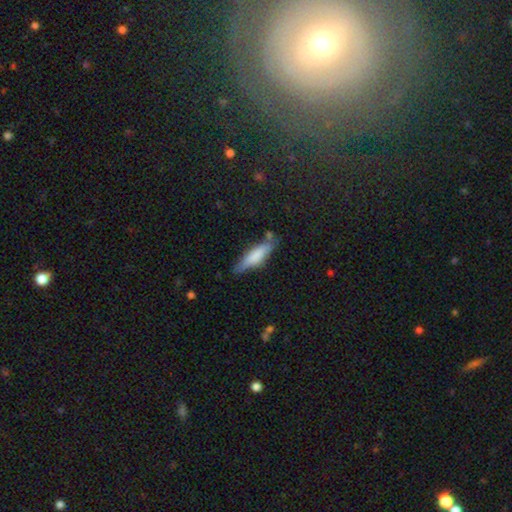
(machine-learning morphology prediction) Smooth or featured: smooth — 69% (featured or disk — 25%)
How rounded: cigar-shaped — 69% (in between — 29%)
Merging: none — 70% (minor disturbance — 21%)